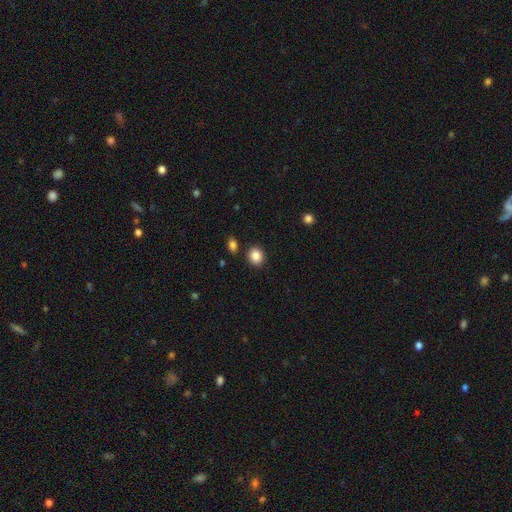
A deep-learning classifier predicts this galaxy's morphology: A smooth galaxy with no disk features (87%) that is round (73%).

Vote fractions:
- Smooth or featured? smooth: 87% / star or artifact: 9% / featured or disk: 4%
- How rounded? round: 73% / in between: 26% / cigar-shaped: 1%
- Merging? none: 87% / minor disturbance: 7% / merger: 4% / major disturbance: 2%